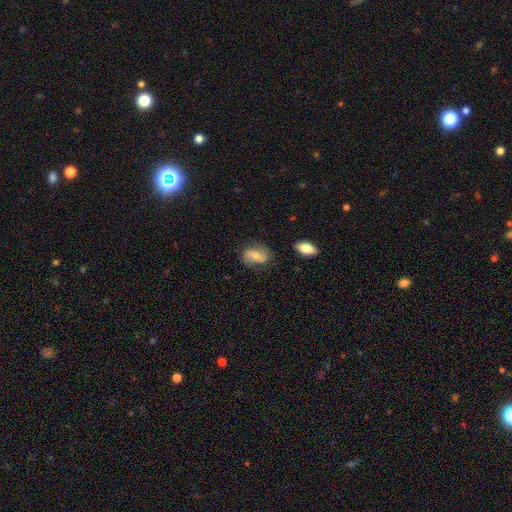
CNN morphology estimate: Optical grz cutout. It shows a featured or disk galaxy (47%). Merging: none (72%).